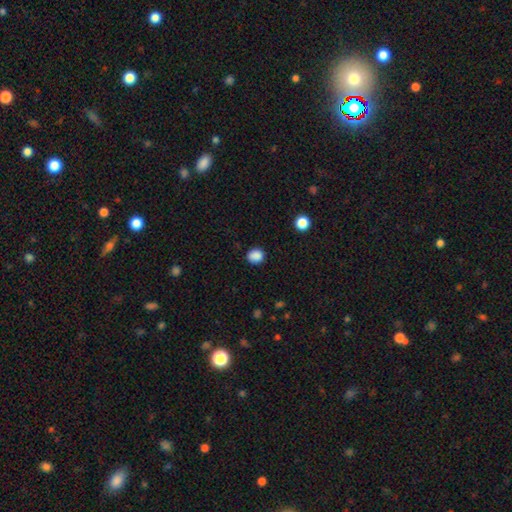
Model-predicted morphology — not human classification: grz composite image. It shows a smooth galaxy with no disk features (87%) that is round (74%). Merging: none (87%).